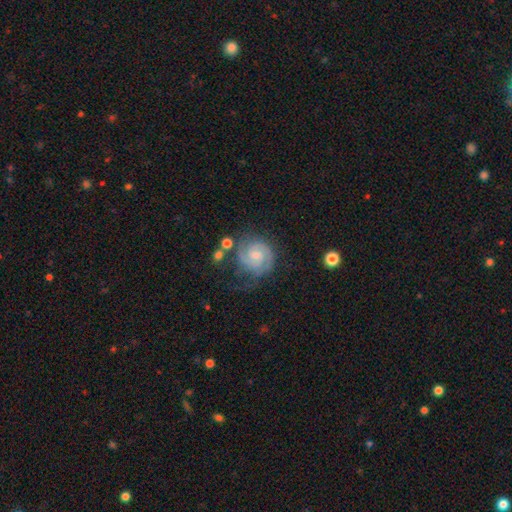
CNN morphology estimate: Smooth or featured? featured or disk (84%)
Edge-on disk? no (98%)
Bar? no (56%)
Spiral arms? yes (97%)
Spiral winding? tight (63%)
Spiral arm count? 2 (73%)
Bulge size? small (55%)
Merging? none (64%)